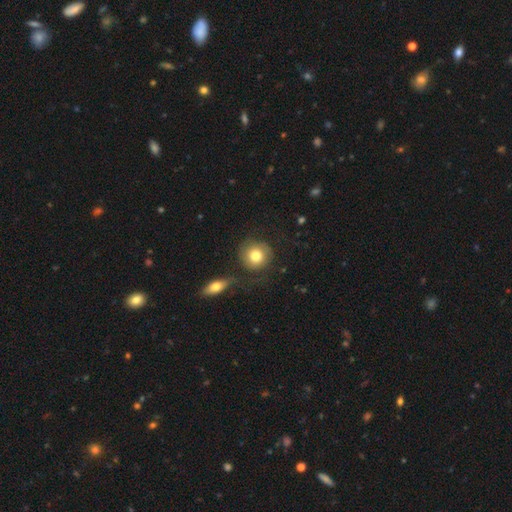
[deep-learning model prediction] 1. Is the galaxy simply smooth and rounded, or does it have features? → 73% smooth, 20% featured or disk, 7% star or artifact.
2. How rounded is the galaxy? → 89% round, 10% in between, 1% cigar-shaped.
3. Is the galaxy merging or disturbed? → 65% none, 14% minor disturbance, 11% merger, 10% major disturbance.